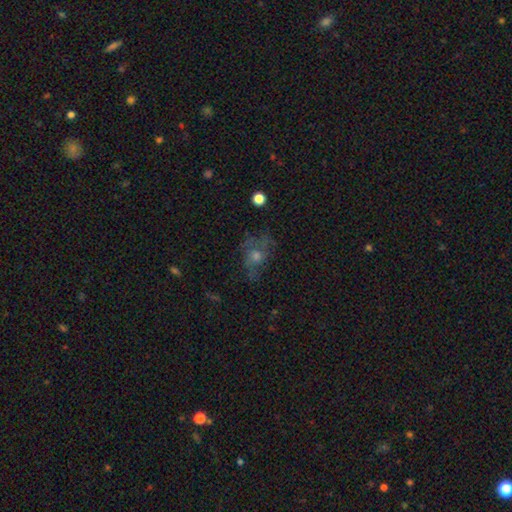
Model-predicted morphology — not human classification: A featured or disk galaxy (44%).

Vote fractions:
- Smooth or featured? featured or disk: 44% / smooth: 34% / star or artifact: 23%
- Merging? none: 54% / major disturbance: 22% / minor disturbance: 21% / merger: 3%